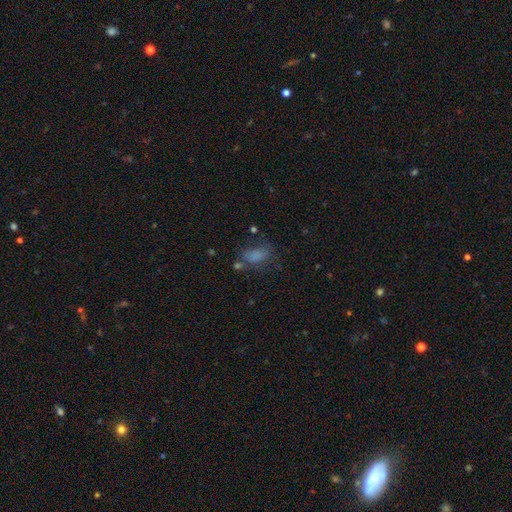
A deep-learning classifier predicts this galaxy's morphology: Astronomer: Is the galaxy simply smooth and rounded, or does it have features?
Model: smooth — 72%.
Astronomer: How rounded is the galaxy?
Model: in between — 85%.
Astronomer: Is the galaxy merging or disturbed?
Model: none — 50%.